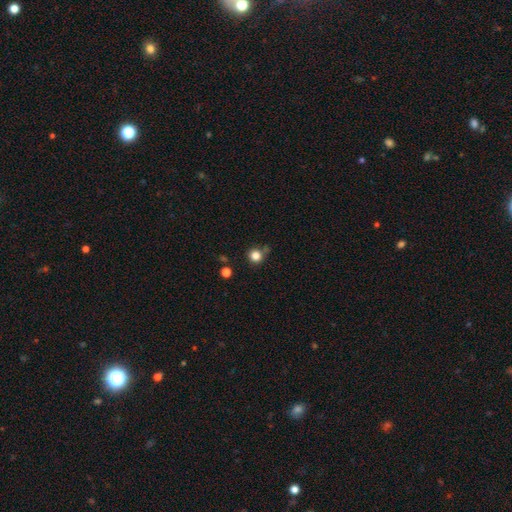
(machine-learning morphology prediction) type=smooth (82%); roundness=round (92%); merging=none (76%).